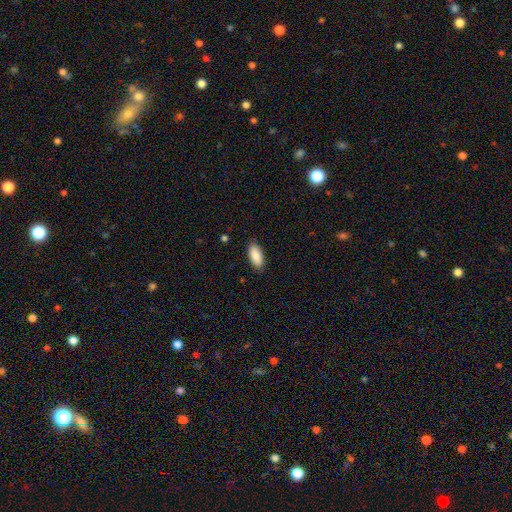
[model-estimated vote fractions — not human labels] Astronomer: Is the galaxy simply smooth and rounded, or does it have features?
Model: smooth — 90%.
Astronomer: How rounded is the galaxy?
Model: in between — 91%.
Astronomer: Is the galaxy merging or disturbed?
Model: none — 88%.